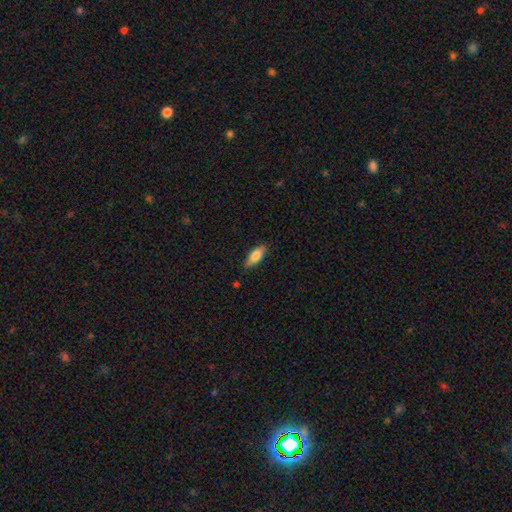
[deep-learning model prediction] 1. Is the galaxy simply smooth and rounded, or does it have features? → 77% smooth, 16% featured or disk, 6% star or artifact.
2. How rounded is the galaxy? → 76% in between, 22% cigar-shaped, 2% round.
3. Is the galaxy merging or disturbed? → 83% none, 14% minor disturbance, 2% major disturbance, 1% merger.